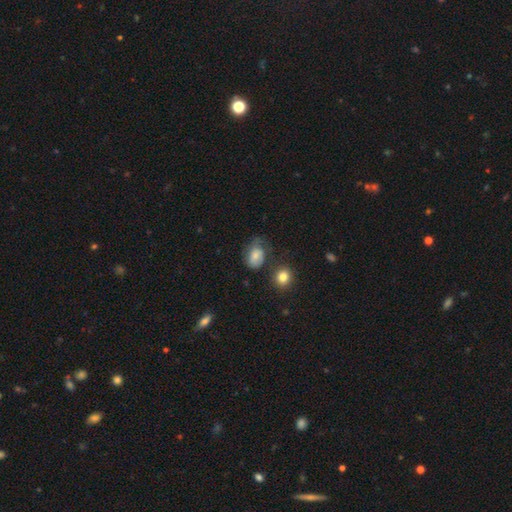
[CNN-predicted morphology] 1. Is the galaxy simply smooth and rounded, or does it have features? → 69% smooth, 22% featured or disk, 10% star or artifact.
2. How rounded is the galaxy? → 74% in between, 25% round, 1% cigar-shaped.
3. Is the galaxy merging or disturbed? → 41% none, 33% minor disturbance, 22% major disturbance, 5% merger.